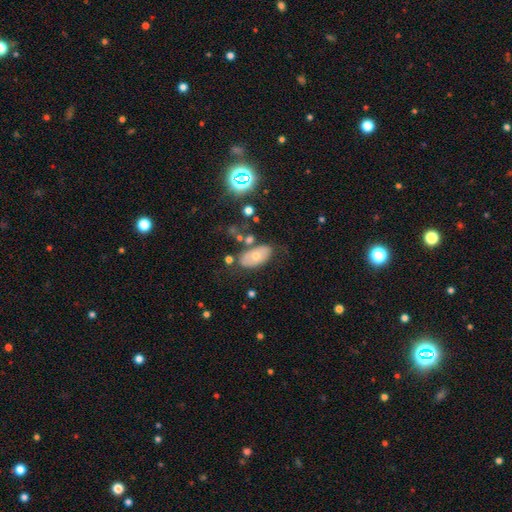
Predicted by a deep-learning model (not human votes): Smooth or featured?
  - smooth: 56% *
  - featured or disk: 35%
  - star or artifact: 9%
How rounded?
  - in between: 92% *
  - round: 6%
  - cigar-shaped: 2%
Merging?
  - none: 64% *
  - minor disturbance: 20%
  - merger: 8%
  - major disturbance: 8%